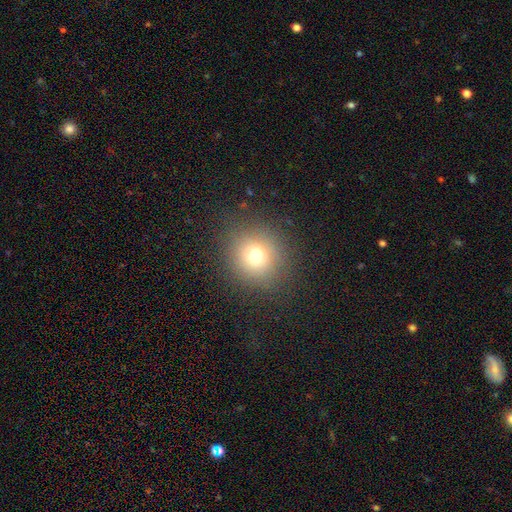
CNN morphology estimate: smooth_or_featured: smooth (p=0.71) [alt: star or artifact p=0.18]
how_rounded: round (p=0.91) [alt: in between p=0.08]
merging: none (p=0.87) [alt: minor disturbance p=0.08]